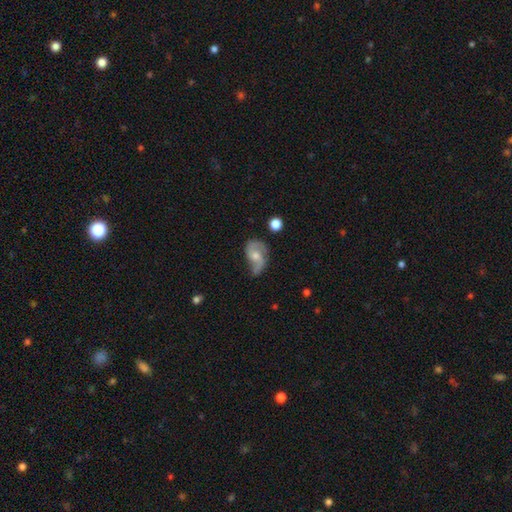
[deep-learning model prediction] smooth-or-featured: featured or disk: 71% | smooth: 22% | star or artifact: 7%
  disk-edge-on: no: 97% | yes: 3%
    bar: no: 63% | weak: 32% | strong: 5%
    has-spiral-arms: yes: 90% | no: 10%
      spiral-winding: loose: 50% | medium: 37% | tight: 13%
      spiral-arm-count: 2: 81% | 1: 9% | can't tell: 6% | 3: 2% | 4: 1% | more than 4: 1%
    bulge-size: moderate: 57% | small: 32% | large: 5% | none: 5% | dominant: 1%
  merging: none: 41% | minor disturbance: 32% | major disturbance: 21% | merger: 5%